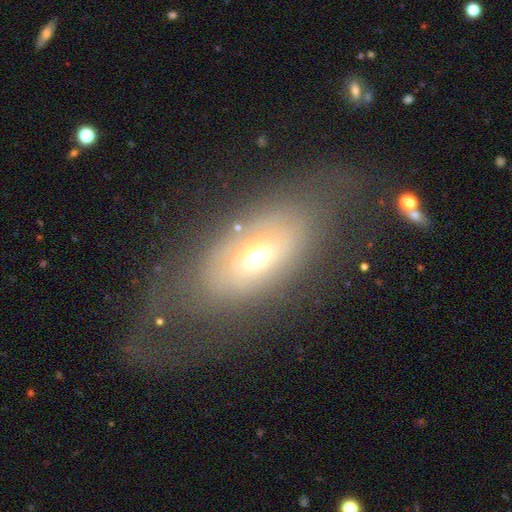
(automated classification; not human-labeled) featured or disk 47%, smooth 43%, star or artifact 10%. Down the decision tree: merging — none (49%).